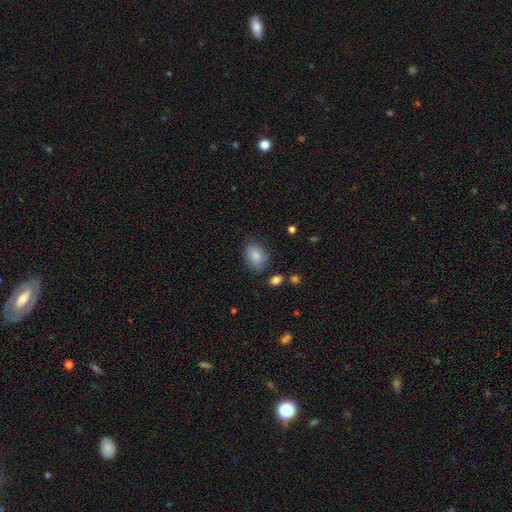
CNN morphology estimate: smooth 85%, star or artifact 8%, featured or disk 7%. Down the decision tree: how rounded — in between (71%); merging — none (73%).